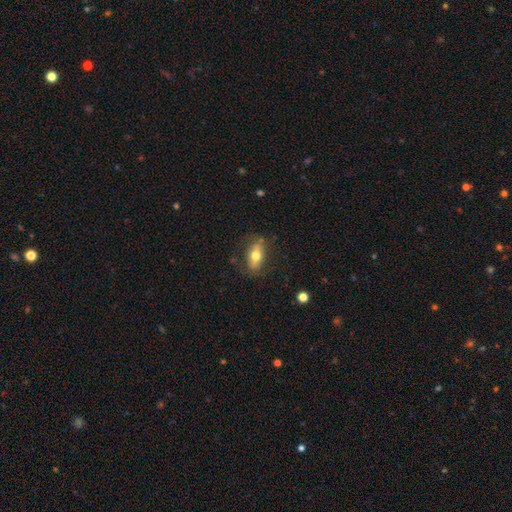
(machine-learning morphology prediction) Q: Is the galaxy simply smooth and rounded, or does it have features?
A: smooth — 62%.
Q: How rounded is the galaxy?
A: in between — 82%.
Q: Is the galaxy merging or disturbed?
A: none — 74%.